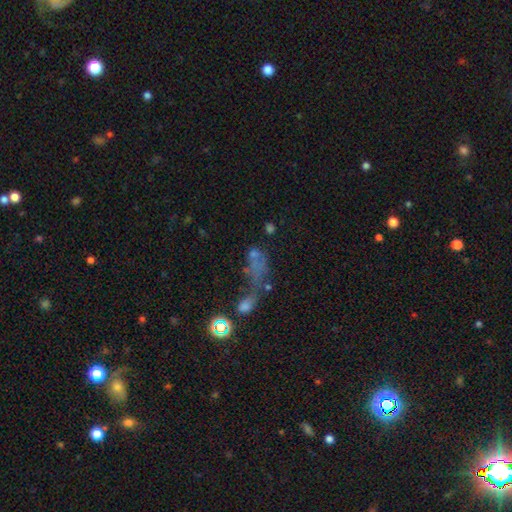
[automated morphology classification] Q: Smooth or featured?
A: smooth (38%); runner-up: star or artifact (32%)
Q: Merging?
A: merger (35%); runner-up: major disturbance (31%)